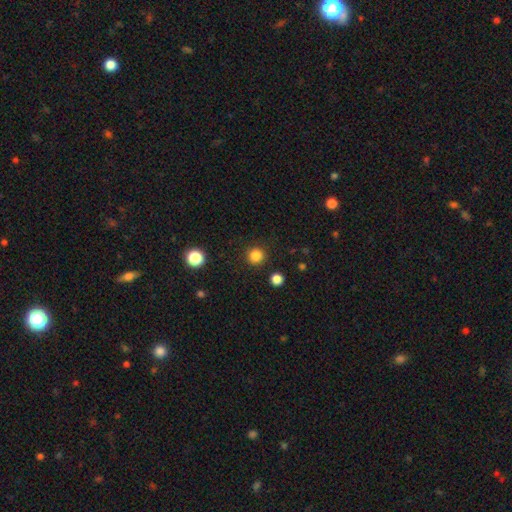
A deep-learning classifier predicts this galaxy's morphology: This is clearly a smooth galaxy (84%). How rounded: clearly round (95%). Merging: clearly none (92%).